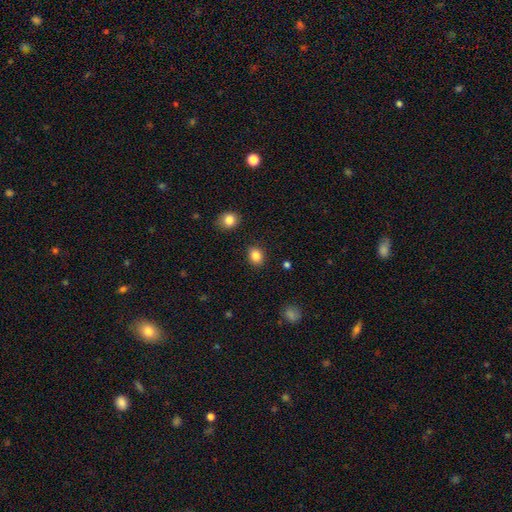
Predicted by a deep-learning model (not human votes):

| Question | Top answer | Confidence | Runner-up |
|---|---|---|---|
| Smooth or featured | smooth | 85% | star or artifact (10%) |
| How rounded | round | 57% | in between (42%) |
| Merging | none | 88% | minor disturbance (7%) |